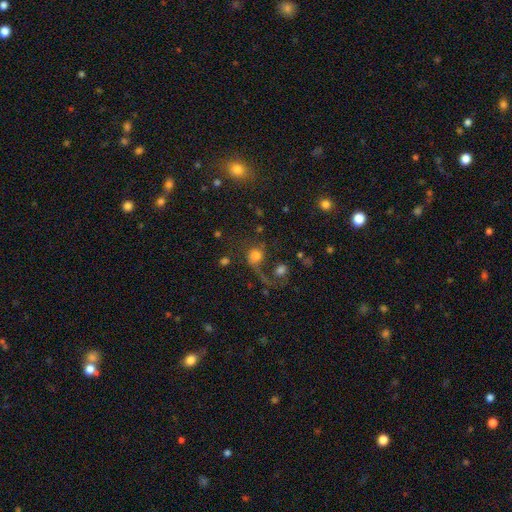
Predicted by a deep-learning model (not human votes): smooth-or-featured: smooth: 58% | featured or disk: 28% | star or artifact: 14%
  how-rounded: round: 79% | in between: 20% | cigar-shaped: 1%
  merging: none: 37% | major disturbance: 31% | merger: 19% | minor disturbance: 13%